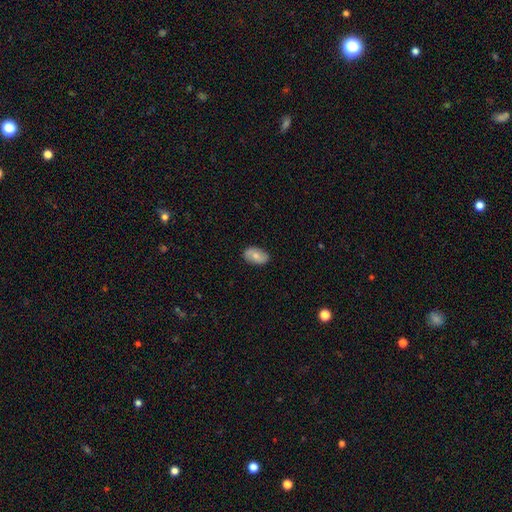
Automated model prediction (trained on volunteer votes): Overall: smooth (60%; featured or disk 33%). How rounded: in between (92%). Merging: none (85%).